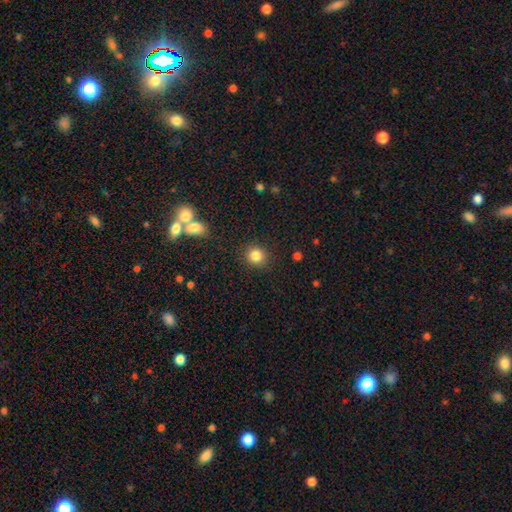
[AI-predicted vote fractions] Overall: smooth (84%). How rounded: round (86%). Merging: none (87%).